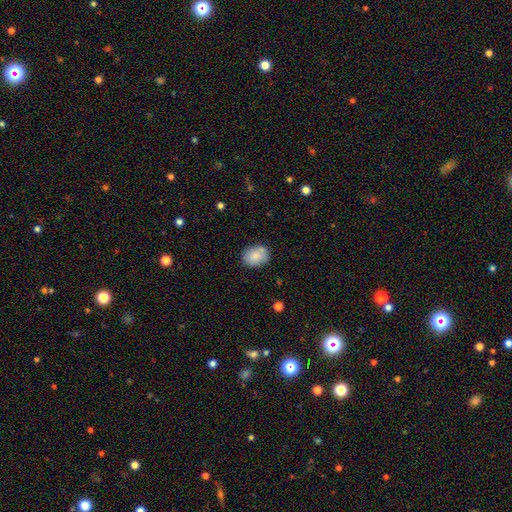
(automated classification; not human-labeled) smooth-or-featured: smooth: 84% | featured or disk: 9% | star or artifact: 8%
  how-rounded: in between: 63% | round: 36% | cigar-shaped: 1%
  merging: none: 75% | minor disturbance: 16% | merger: 5% | major disturbance: 3%